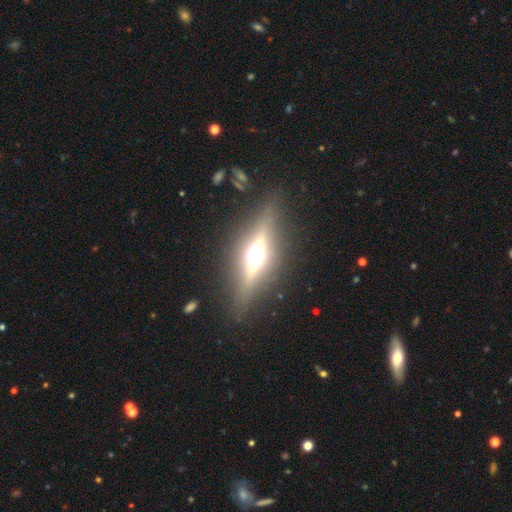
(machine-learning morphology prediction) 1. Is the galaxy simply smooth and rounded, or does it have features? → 72% featured or disk, 16% smooth, 11% star or artifact.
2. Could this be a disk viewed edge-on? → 93% yes, 7% no.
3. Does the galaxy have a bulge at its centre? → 93% rounded, 5% boxy, 1% none.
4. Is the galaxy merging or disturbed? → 86% none, 9% minor disturbance, 4% major disturbance, 1% merger.